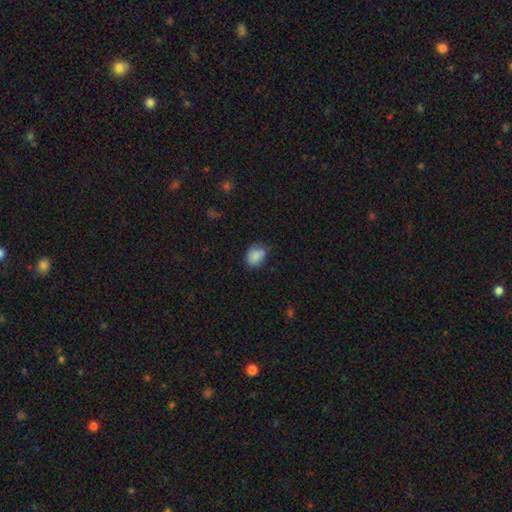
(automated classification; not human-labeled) A smooth galaxy with no disk features (84%) that is in between round and cigar-shaped (52%). Merging: none (62%).